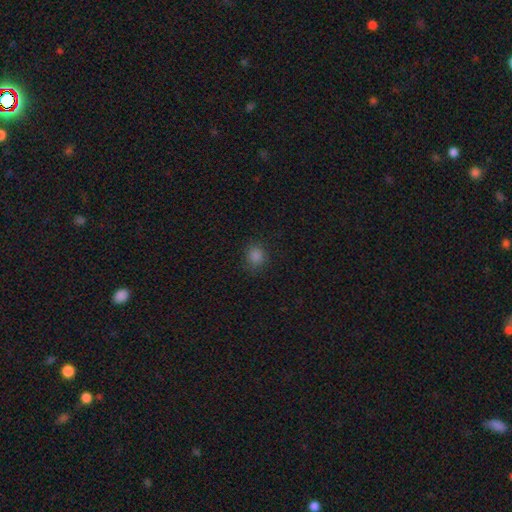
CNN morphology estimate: smooth-or-featured: smooth: 81% | star or artifact: 15% | featured or disk: 3%
  how-rounded: round: 84% | in between: 15% | cigar-shaped: 1%
  merging: none: 87% | minor disturbance: 9% | major disturbance: 2% | merger: 1%